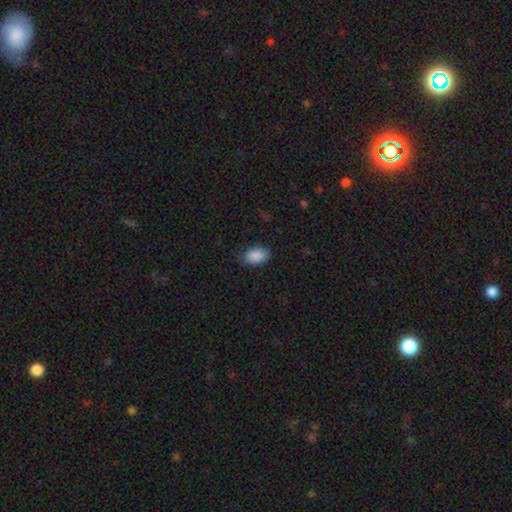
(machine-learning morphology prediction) Smooth or featured? smooth (89%)
How rounded? in between (91%)
Merging? none (79%)